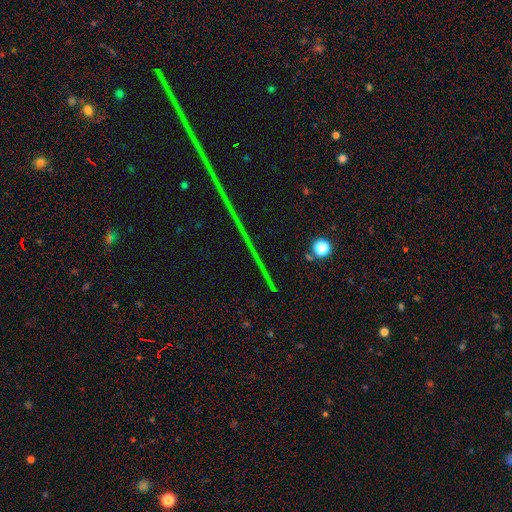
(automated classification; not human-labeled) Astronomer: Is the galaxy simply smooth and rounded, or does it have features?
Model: star or artifact — 87%.